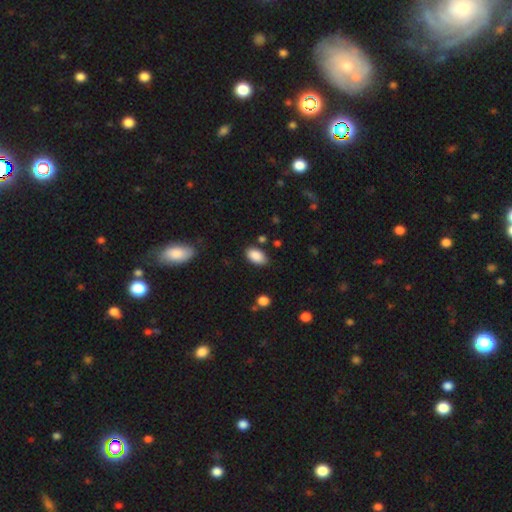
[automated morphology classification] Smooth or featured? smooth (89%)
How rounded? in between (94%)
Merging? none (81%)